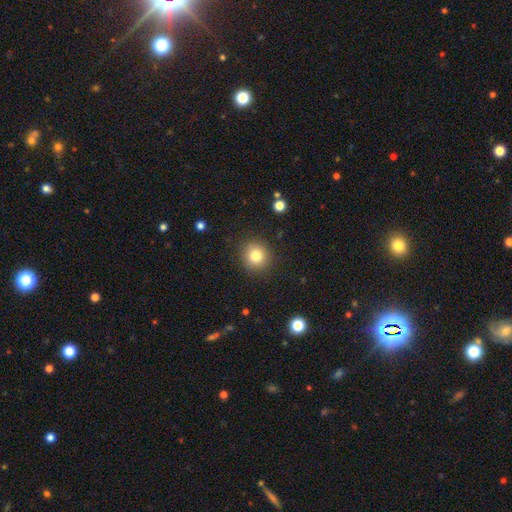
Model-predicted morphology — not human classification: Q: Smooth or featured?
A: smooth (81%); runner-up: star or artifact (11%)
Q: How rounded?
A: round (90%); runner-up: in between (9%)
Q: Merging?
A: none (89%); runner-up: minor disturbance (8%)